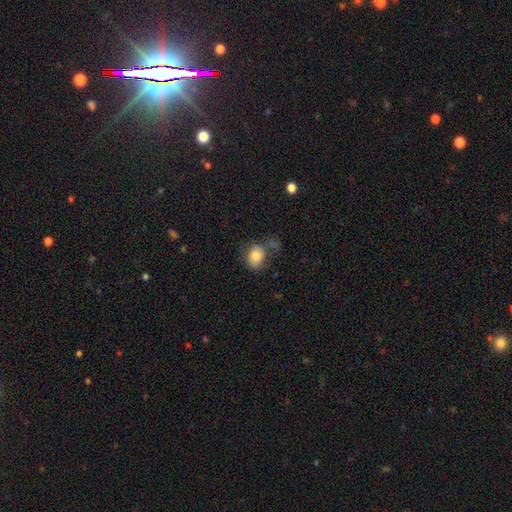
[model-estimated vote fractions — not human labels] A smooth galaxy with no disk features (79%) that is in between round and cigar-shaped (64%).

Vote fractions:
- Smooth or featured? smooth: 79% / featured or disk: 13% / star or artifact: 9%
- How rounded? in between: 64% / round: 35% / cigar-shaped: 1%
- Merging? none: 48% / minor disturbance: 25% / major disturbance: 16% / merger: 11%